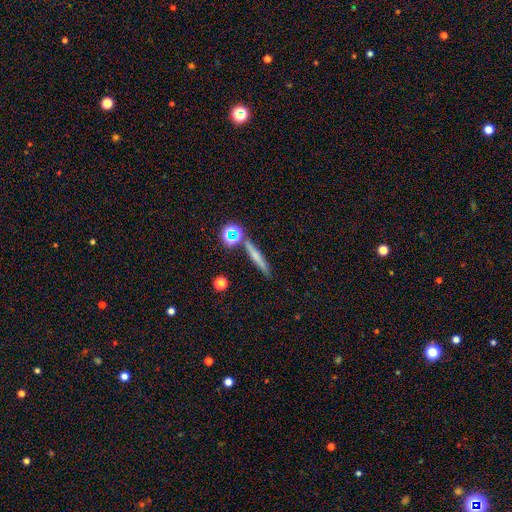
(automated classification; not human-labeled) The model was most divided on "smooth or featured": smooth: 56%, featured or disk: 30%, star or artifact: 14%. More confident: how rounded — cigar-shaped (81%); merging — none (77%).